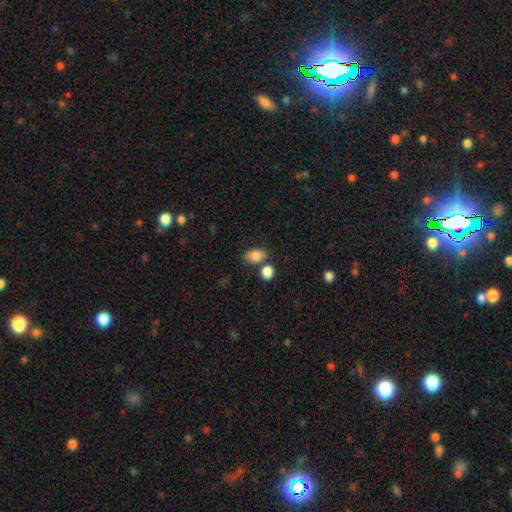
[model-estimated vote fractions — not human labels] This appears to be a smooth galaxy with no disk features (83%) that is in between round and cigar-shaped (78%). Merging: none (64%).